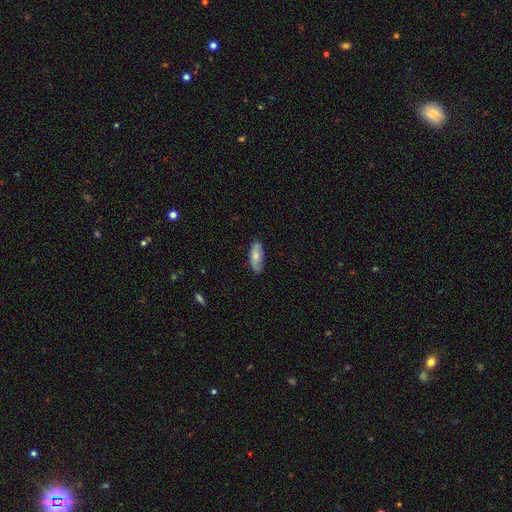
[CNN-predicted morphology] type=smooth (72%); roundness=in between (77%); merging=none (76%).